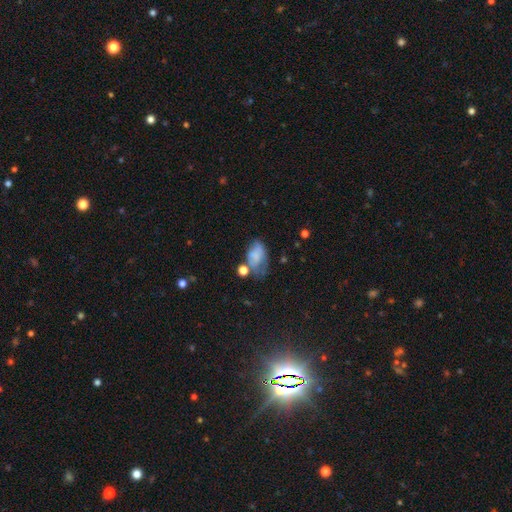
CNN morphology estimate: A smooth galaxy with no disk features (65%) that is in between round and cigar-shaped (88%). Merging: none (32%).